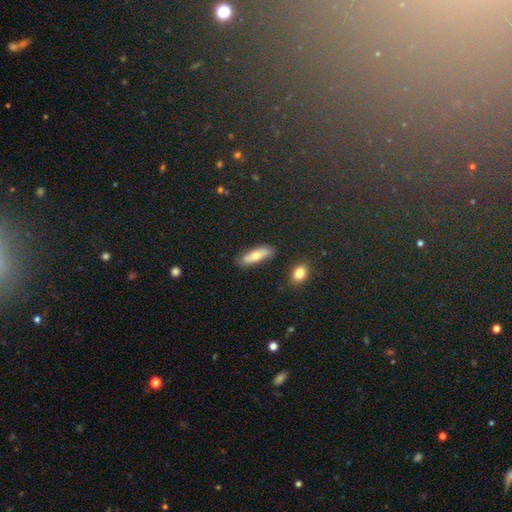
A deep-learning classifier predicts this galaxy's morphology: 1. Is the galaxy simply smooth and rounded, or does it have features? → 67% smooth, 25% featured or disk, 8% star or artifact.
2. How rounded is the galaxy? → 49% in between, 48% cigar-shaped, 3% round.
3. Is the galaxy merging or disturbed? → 81% none, 13% minor disturbance, 3% major disturbance, 3% merger.